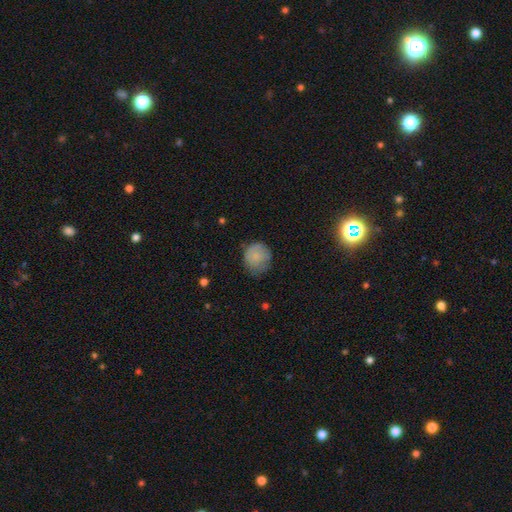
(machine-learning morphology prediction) A smooth galaxy with no disk features (80%) that is round (80%).

Vote fractions:
- Smooth or featured? smooth: 80% / featured or disk: 12% / star or artifact: 8%
- How rounded? round: 80% / in between: 19% / cigar-shaped: 1%
- Merging? none: 58% / minor disturbance: 31% / major disturbance: 10% / merger: 1%